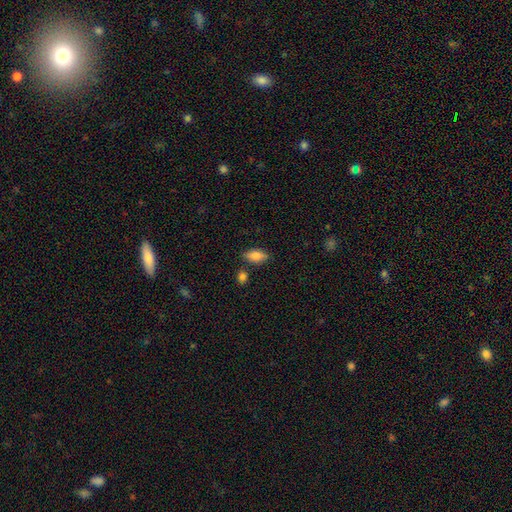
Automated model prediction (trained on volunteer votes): smooth-or-featured: smooth: 80% | featured or disk: 13% | star or artifact: 7%
  how-rounded: in between: 86% | cigar-shaped: 10% | round: 4%
  merging: none: 78% | minor disturbance: 13% | merger: 6% | major disturbance: 3%